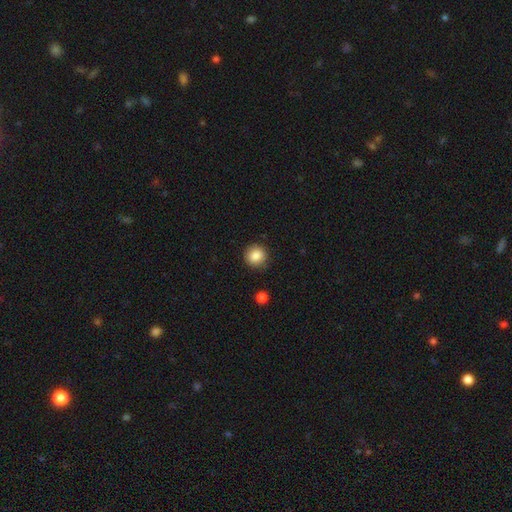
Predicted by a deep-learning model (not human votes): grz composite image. It shows a smooth galaxy with no disk features (86%) that is round (93%). Merging: none (89%).